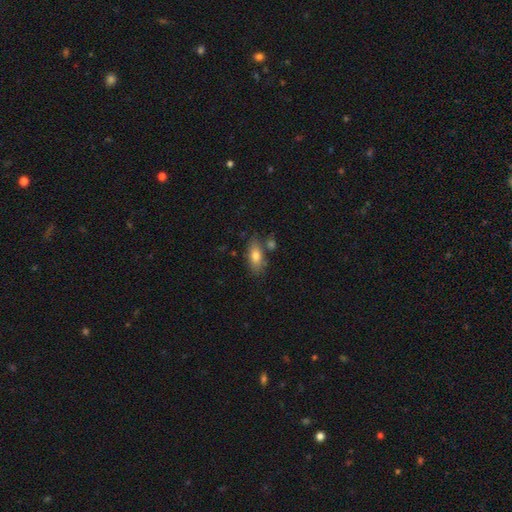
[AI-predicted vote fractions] Q: Smooth or featured?
A: smooth (77%); runner-up: featured or disk (15%)
Q: How rounded?
A: in between (83%); runner-up: cigar-shaped (13%)
Q: Merging?
A: none (71%); runner-up: minor disturbance (15%)